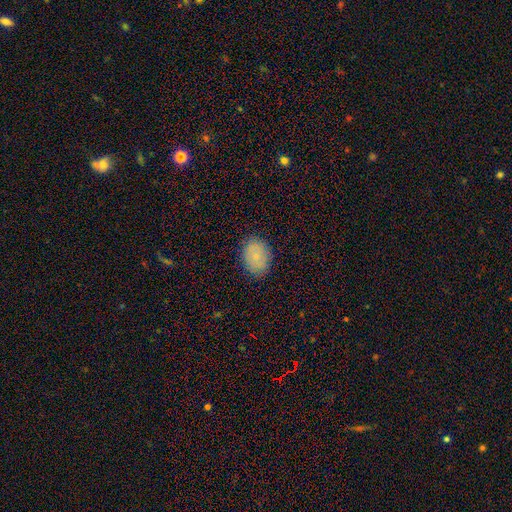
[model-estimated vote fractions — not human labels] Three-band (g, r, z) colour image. It shows a smooth galaxy with no disk features (83%) that is in between round and cigar-shaped (75%). Merging: none (86%).